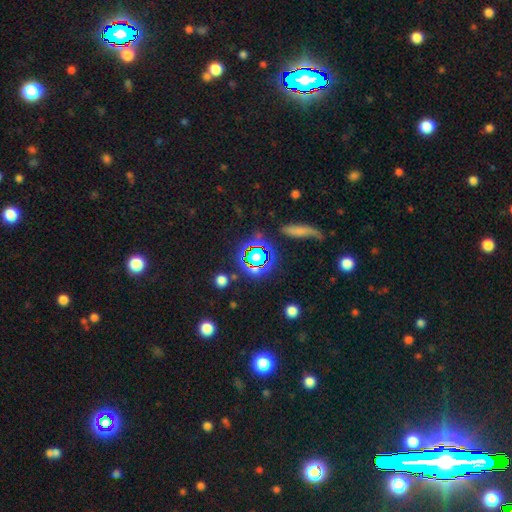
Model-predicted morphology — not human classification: A star or artifact, not a galaxy (67%).